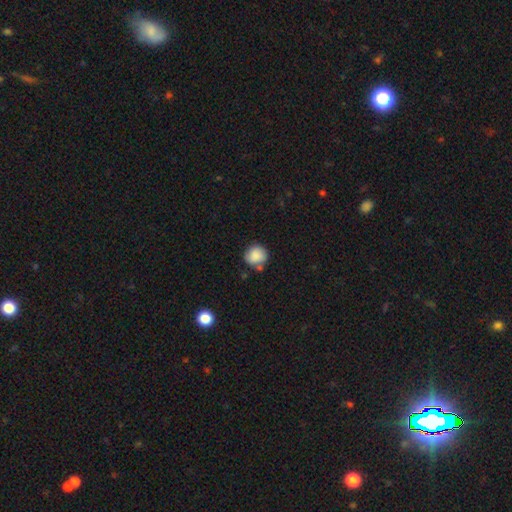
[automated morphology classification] Smooth or featured: smooth — 87% (star or artifact — 8%)
How rounded: round — 88% (in between — 12%)
Merging: none — 68% (minor disturbance — 17%)